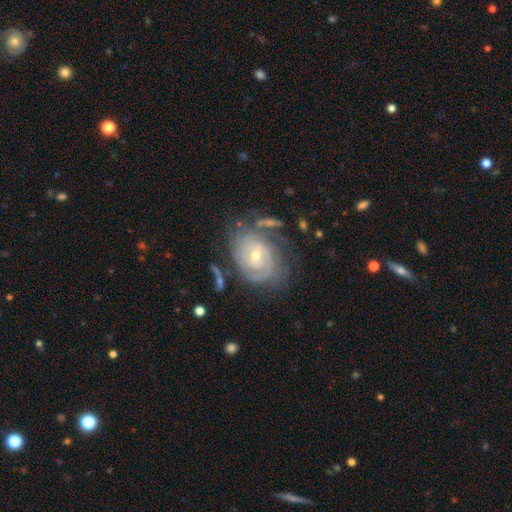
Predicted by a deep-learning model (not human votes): Q: Smooth or featured?
A: featured or disk (83%); runner-up: smooth (10%)
Q: Edge-on disk?
A: no (96%); runner-up: yes (4%)
Q: Bar?
A: no (63%); runner-up: weak (30%)
Q: Spiral arms?
A: yes (92%); runner-up: no (8%)
Q: Spiral winding?
A: tight (76%); runner-up: medium (19%)
Q: Spiral arm count?
A: can't tell (38%); runner-up: 2 (30%)
Q: Bulge size?
A: small (49%); runner-up: moderate (48%)
Q: Merging?
A: none (62%); runner-up: minor disturbance (21%)